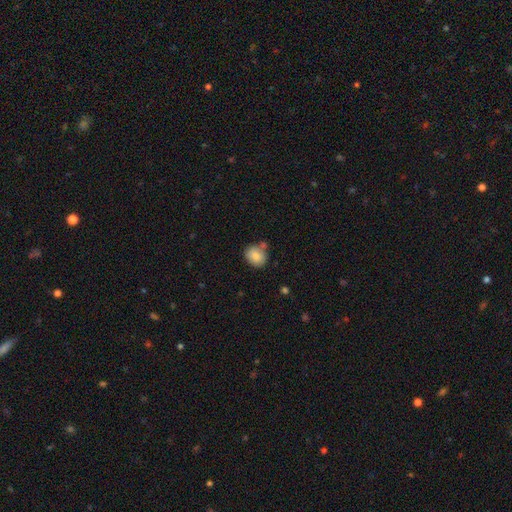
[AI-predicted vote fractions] smooth-or-featured: smooth: 83% | star or artifact: 8% | featured or disk: 8%
  how-rounded: round: 65% | in between: 34% | cigar-shaped: 1%
  merging: none: 66% | minor disturbance: 16% | merger: 15% | major disturbance: 4%